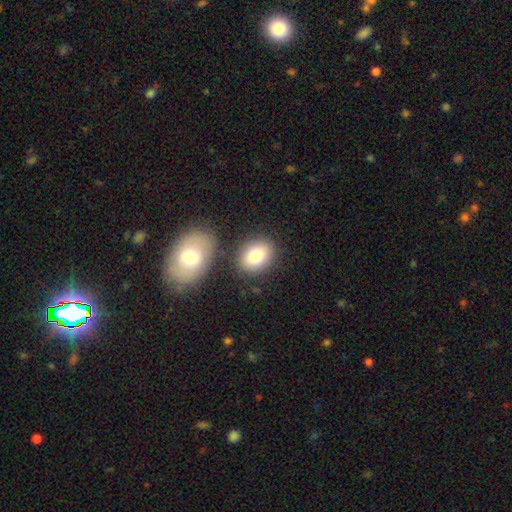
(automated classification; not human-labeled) The model was most divided on "how rounded": in between: 57%, round: 42%, cigar-shaped: 1%. More confident: smooth or featured — smooth (80%); merging — none (77%).